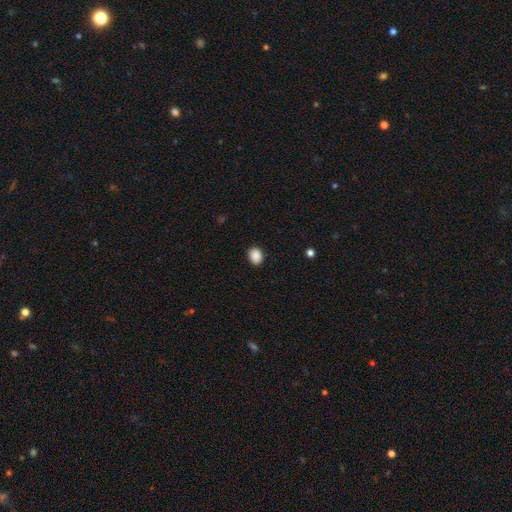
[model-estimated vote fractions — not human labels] The model was most divided on "how rounded": in between: 52%, round: 47%, cigar-shaped: 1%. More confident: merging — none (90%); smooth or featured — smooth (89%).